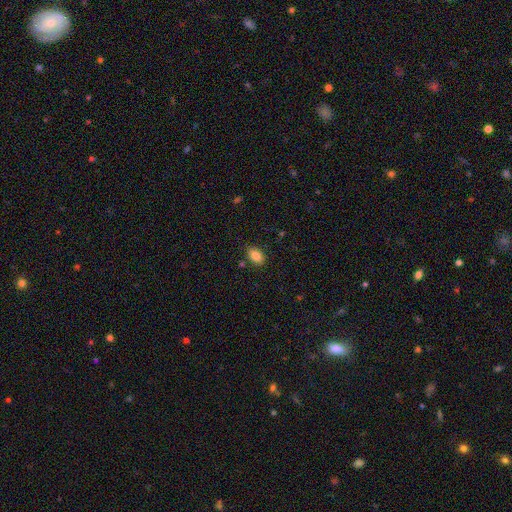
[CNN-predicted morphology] smooth_or_featured: smooth (p=0.85) [alt: star or artifact p=0.09]
how_rounded: in between (p=0.85) [alt: round p=0.14]
merging: none (p=0.82) [alt: minor disturbance p=0.12]